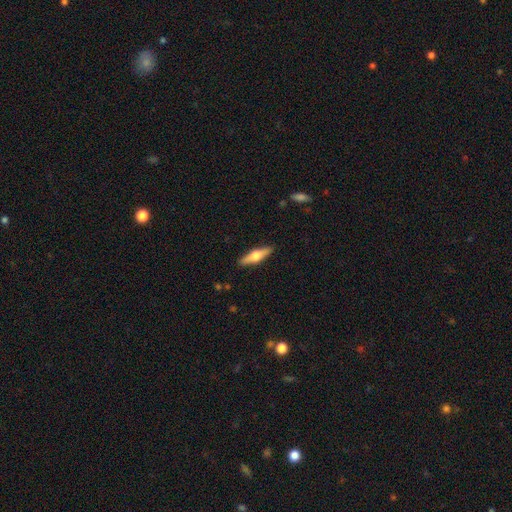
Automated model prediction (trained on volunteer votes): This appears to be a featured or disk galaxy (53%) viewed edge-on (94%) with a rounded central bulge (93%). Merging: none (90%).